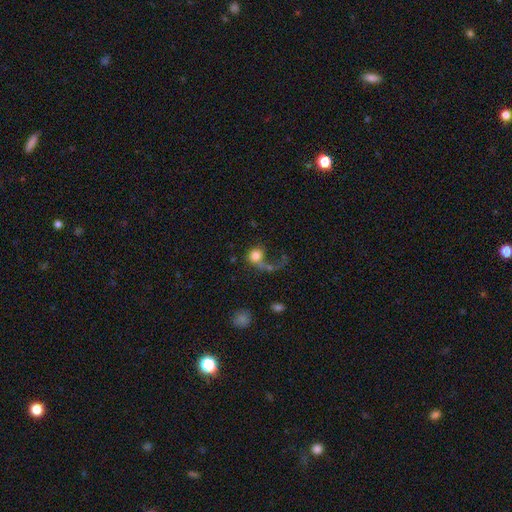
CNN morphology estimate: This is likely a smooth galaxy (66%). How rounded: clearly round (82%). Merging: marginally major disturbance (42%).